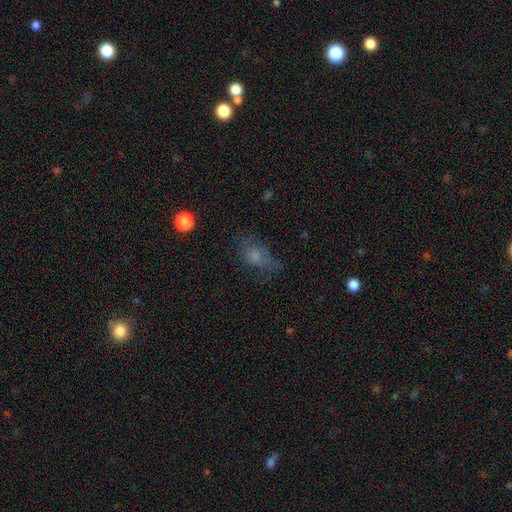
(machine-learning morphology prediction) Smooth or featured: smooth — 60% (featured or disk — 23%)
How rounded: in between — 79% (round — 16%)
Merging: none — 53% (minor disturbance — 25%)